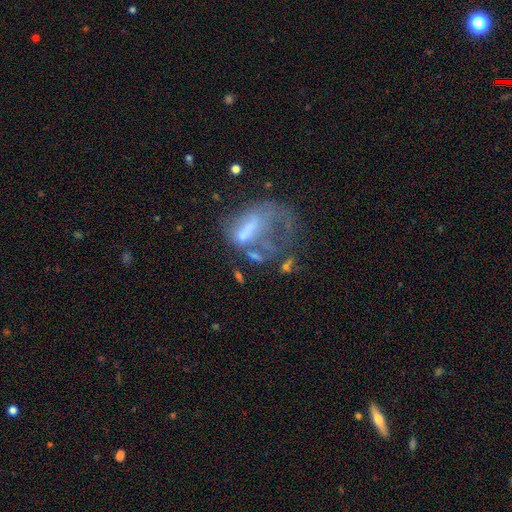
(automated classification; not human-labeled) Smooth or featured: featured or disk — 50% (smooth — 34%)
Merging: major disturbance — 49% (merger — 22%)